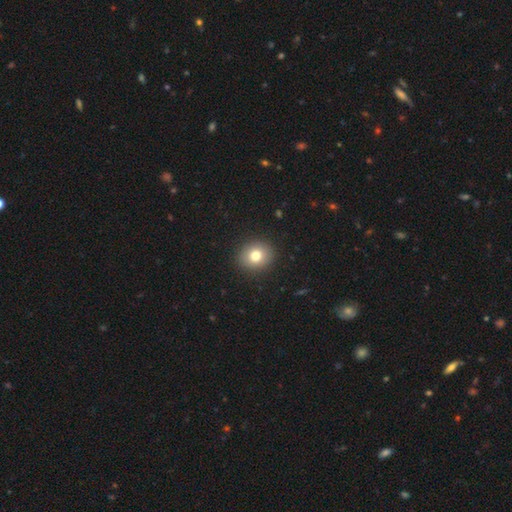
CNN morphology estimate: This appears to be a smooth galaxy with no disk features (78%) that is round (73%). Merging: none (91%).